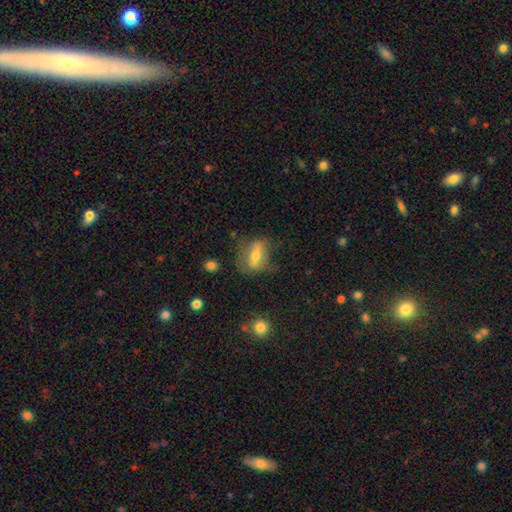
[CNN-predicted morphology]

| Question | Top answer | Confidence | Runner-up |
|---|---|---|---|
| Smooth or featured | smooth | 48% | featured or disk (43%) |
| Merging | none | 63% | minor disturbance (22%) |